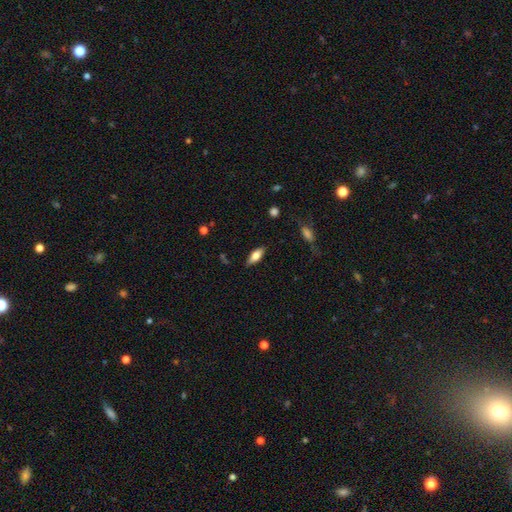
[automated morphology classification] Smooth or featured: smooth — 65% (featured or disk — 28%)
How rounded: in between — 72% (cigar-shaped — 26%)
Merging: none — 84% (minor disturbance — 12%)